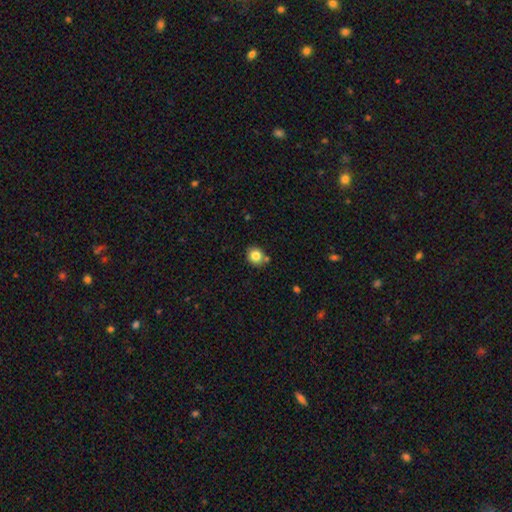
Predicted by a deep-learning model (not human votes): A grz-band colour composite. It shows a smooth galaxy with no disk features (82%) that is round (79%). Merging: none (77%).